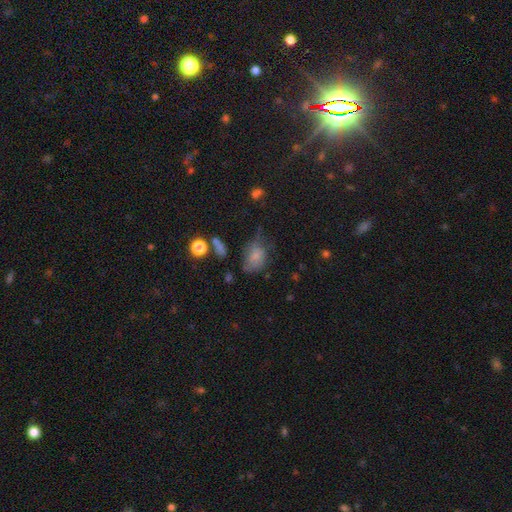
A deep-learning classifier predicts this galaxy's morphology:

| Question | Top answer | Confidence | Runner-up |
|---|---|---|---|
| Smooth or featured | smooth | 72% | featured or disk (16%) |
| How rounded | in between | 71% | round (27%) |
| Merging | none | 39% | minor disturbance (34%) |